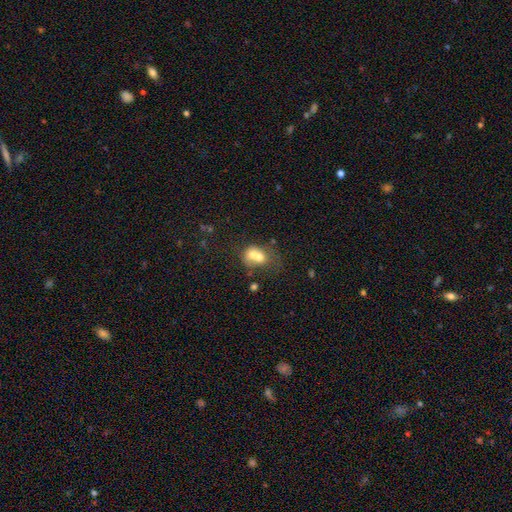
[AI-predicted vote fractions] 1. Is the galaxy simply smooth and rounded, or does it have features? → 63% smooth, 27% featured or disk, 10% star or artifact.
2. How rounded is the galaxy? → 52% round, 47% in between, 1% cigar-shaped.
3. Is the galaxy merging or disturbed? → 70% merger, 17% none, 7% minor disturbance, 6% major disturbance.